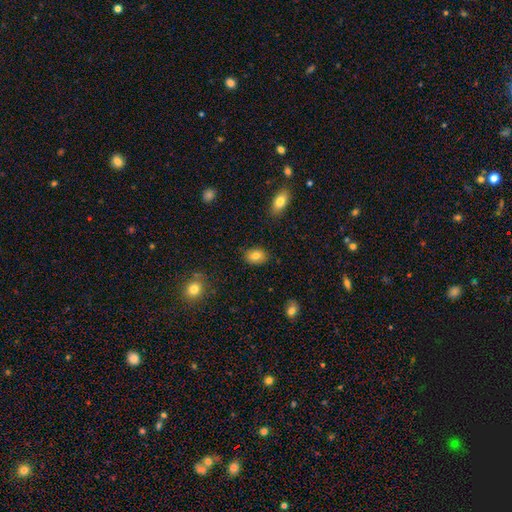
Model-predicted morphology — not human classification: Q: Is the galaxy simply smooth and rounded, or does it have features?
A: smooth — 80%.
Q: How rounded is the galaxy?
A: in between — 71%.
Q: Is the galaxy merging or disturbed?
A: none — 85%.